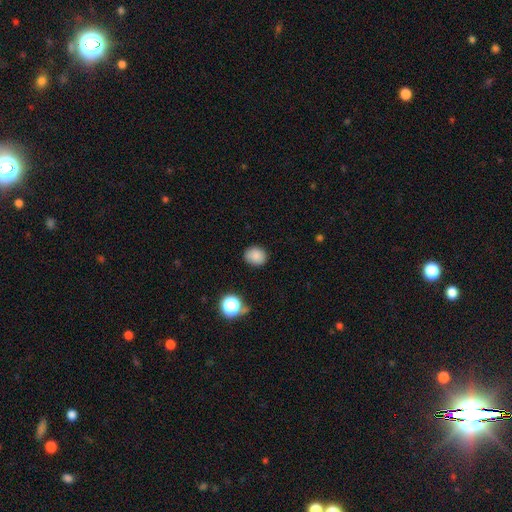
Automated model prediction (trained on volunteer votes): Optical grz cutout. It shows a smooth galaxy with no disk features (84%) that is round (61%). Merging: none (84%).